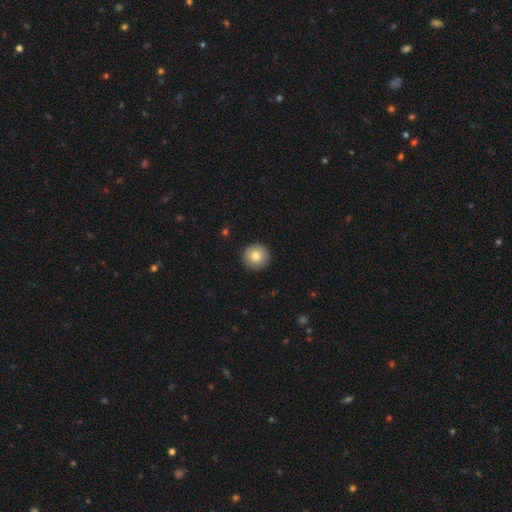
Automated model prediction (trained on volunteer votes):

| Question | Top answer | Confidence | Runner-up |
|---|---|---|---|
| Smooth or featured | smooth | 81% | featured or disk (11%) |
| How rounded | round | 96% | in between (4%) |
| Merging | none | 92% | minor disturbance (5%) |